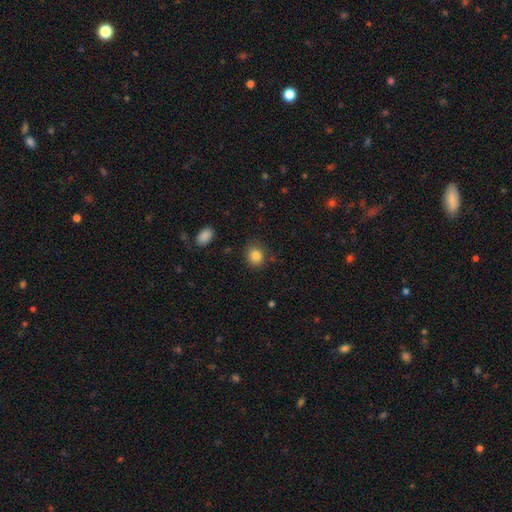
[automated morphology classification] The model was most divided on "how rounded": round: 72%, in between: 27%, cigar-shaped: 1%. More confident: smooth or featured — smooth (84%); merging — none (83%).